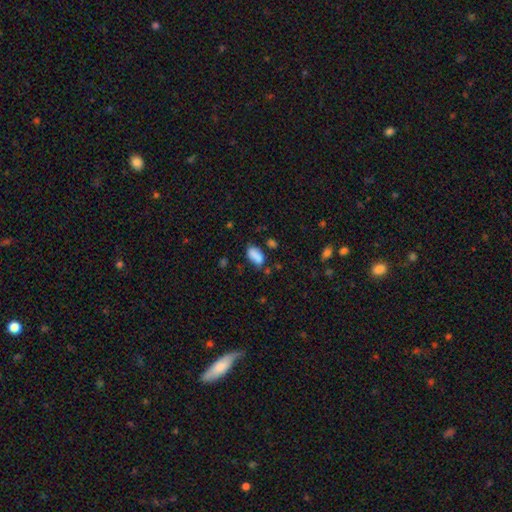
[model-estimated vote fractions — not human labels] smooth-or-featured: smooth: 84% | star or artifact: 9% | featured or disk: 7%
  how-rounded: in between: 91% | round: 5% | cigar-shaped: 4%
  merging: none: 59% | minor disturbance: 25% | merger: 9% | major disturbance: 7%